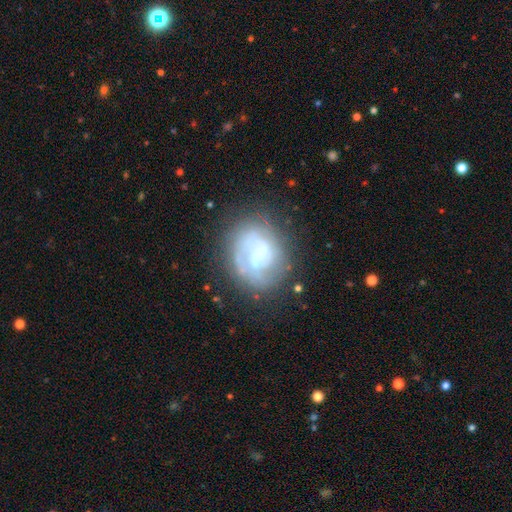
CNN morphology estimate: A featured or disk galaxy (71%) with no bar (48%), can't tell (37%, tied with 2) tight (52%) spiral arms (75%) and a small central bulge (65%).

Vote fractions:
- Smooth or featured? featured or disk: 71% / smooth: 20% / star or artifact: 8%
- Edge-on disk? no: 97% / yes: 3%
- Bar? no: 48% / weak: 41% / strong: 11%
- Spiral arms? yes: 75% / no: 25%
- Spiral winding? tight: 52% / medium: 33% / loose: 15%
- Spiral arm count? can't tell: 37% (tied) / 2: 37% (tied) / 1: 10% / 3: 10% / 4: 3% / more than 4: 3%
- Bulge size? small: 65% / moderate: 24% / none: 7% / large: 3% / dominant: 1%
- Merging? none: 65% / minor disturbance: 19% / major disturbance: 12% / merger: 3%